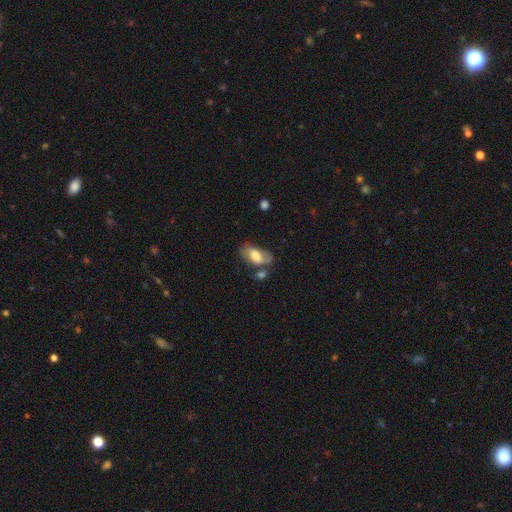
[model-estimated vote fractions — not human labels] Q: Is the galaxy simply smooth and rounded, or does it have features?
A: smooth — 63%.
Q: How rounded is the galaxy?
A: in between — 91%.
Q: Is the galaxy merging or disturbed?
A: none — 42%.